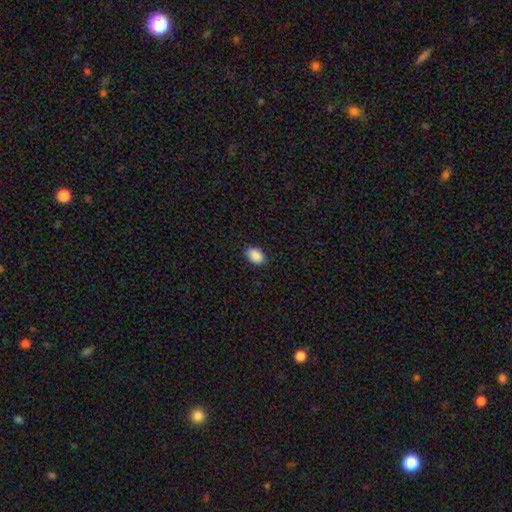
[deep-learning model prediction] Smooth or featured? Predicted: smooth (p=0.90). How rounded? Predicted: in between (p=0.85). Merging? Predicted: none (p=0.85).